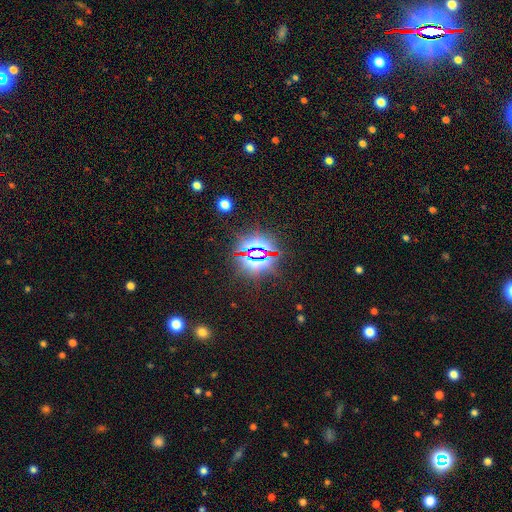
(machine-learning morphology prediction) A star or artifact, not a galaxy (80%).